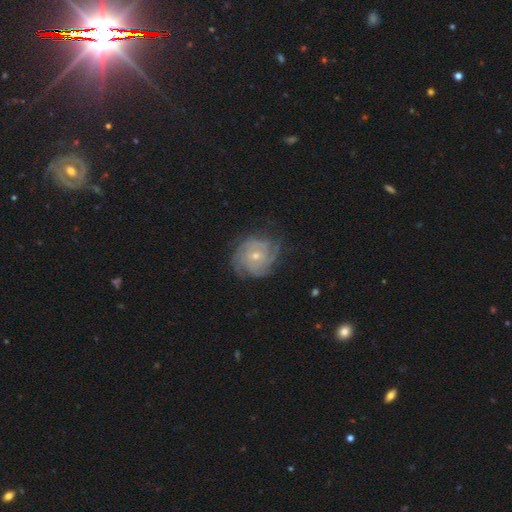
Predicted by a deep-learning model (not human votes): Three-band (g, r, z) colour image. It shows a featured or disk galaxy (83%) with no bar (76%), tight (70%) spiral arms (95%) and a small central bulge (59%). Merging: none (73%).